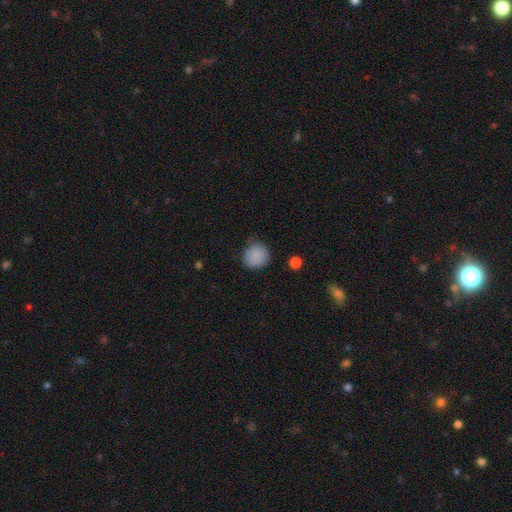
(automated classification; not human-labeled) Smooth or featured? smooth (87%)
How rounded? round (88%)
Merging? none (81%)